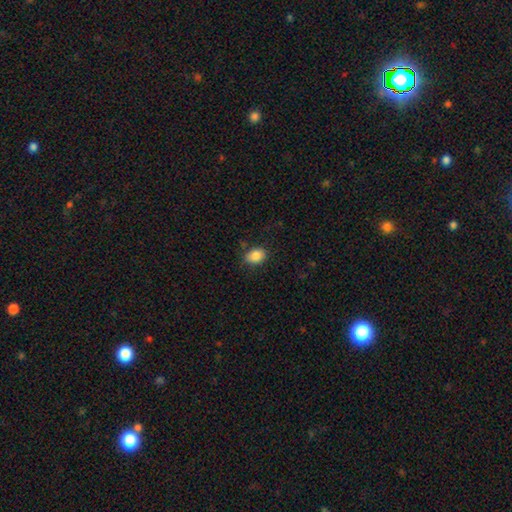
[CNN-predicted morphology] smooth 86%, star or artifact 9%, featured or disk 5%. Down the decision tree: how rounded — in between (68%); merging — none (78%).